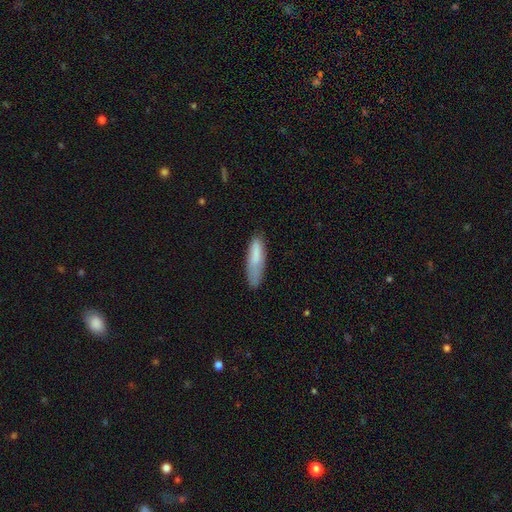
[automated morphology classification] This is likely a smooth galaxy (79%). How rounded: likely cigar-shaped (62%). Merging: likely none (63%).